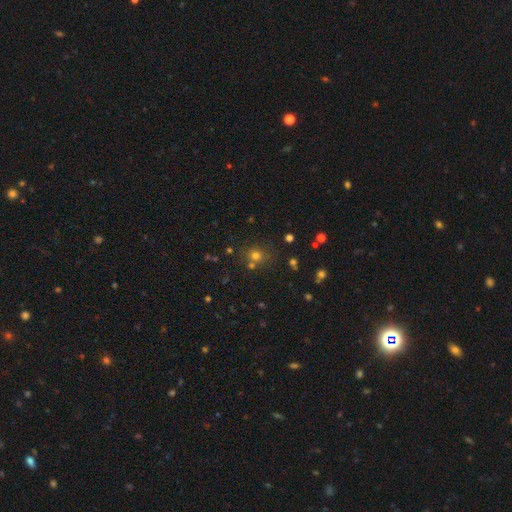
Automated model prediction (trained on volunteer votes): A smooth galaxy with no disk features (69%) that is round (88%). Merging: none (74%).